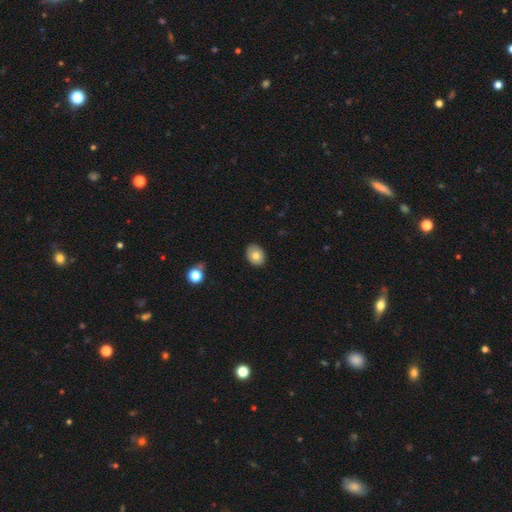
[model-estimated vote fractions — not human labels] Q: Smooth or featured?
A: smooth (77%); runner-up: featured or disk (14%)
Q: How rounded?
A: in between (68%); runner-up: round (31%)
Q: Merging?
A: none (87%); runner-up: minor disturbance (10%)